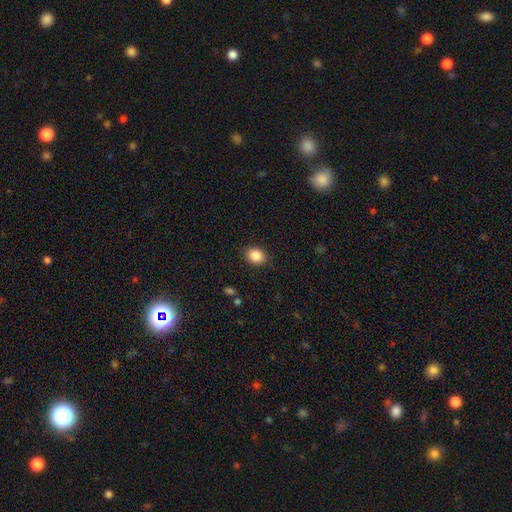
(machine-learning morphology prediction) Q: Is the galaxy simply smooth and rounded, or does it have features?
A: smooth — 86%.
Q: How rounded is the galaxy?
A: in between — 54%.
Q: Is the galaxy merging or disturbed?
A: none — 87%.